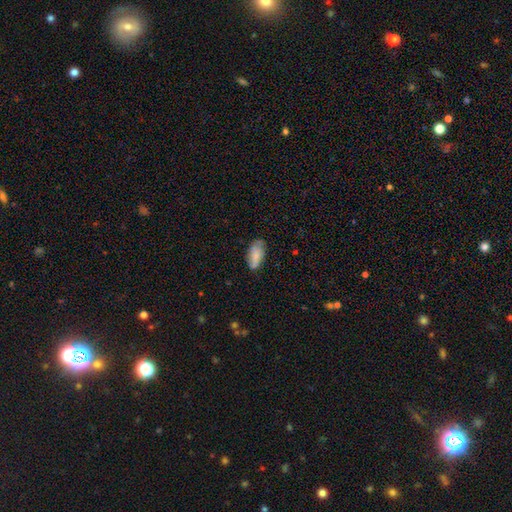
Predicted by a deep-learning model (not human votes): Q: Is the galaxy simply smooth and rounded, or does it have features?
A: smooth — 74%.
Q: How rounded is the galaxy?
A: in between — 91%.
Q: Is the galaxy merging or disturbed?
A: none — 70%.